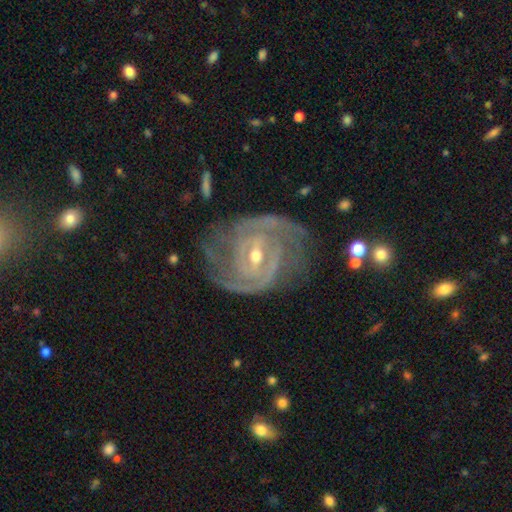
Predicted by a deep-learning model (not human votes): Smooth or featured? featured or disk (91%)
Edge-on disk? no (97%)
Bar? weak (46%)
Spiral arms? yes (98%)
Spiral winding? tight (65%)
Spiral arm count? 2 (45%)
Bulge size? small (54%)
Merging? none (71%)